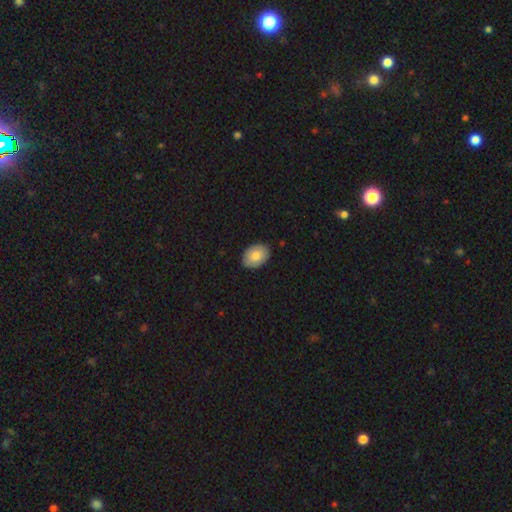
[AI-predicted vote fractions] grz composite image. It shows a smooth galaxy with no disk features (82%) that is in between round and cigar-shaped (78%). Merging: none (86%).